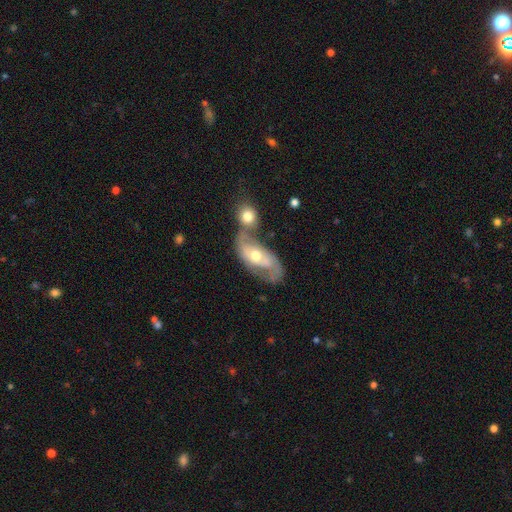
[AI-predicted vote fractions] smooth_or_featured: featured or disk (p=0.66) [alt: smooth p=0.28]
disk_edge_on: no (p=0.92) [alt: yes p=0.08]
bar: no (p=0.67) [alt: weak p=0.24]
has_spiral_arms: yes (p=0.70) [alt: no p=0.30]
bulge_size: moderate (p=0.70) [alt: small p=0.21]
merging: merger (p=0.46) [alt: none p=0.27]